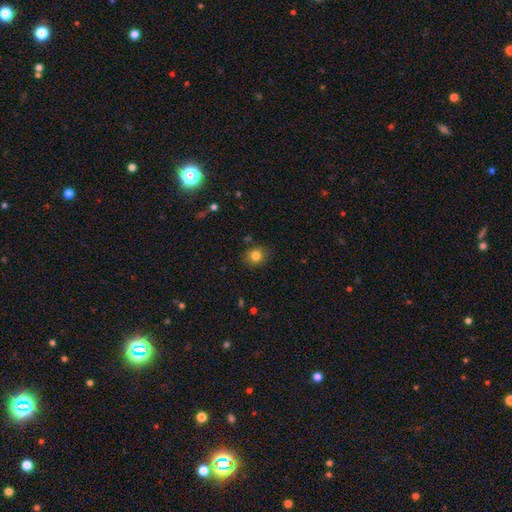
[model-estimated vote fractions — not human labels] A smooth galaxy with no disk features (82%) that is round (77%). Merging: none (84%).